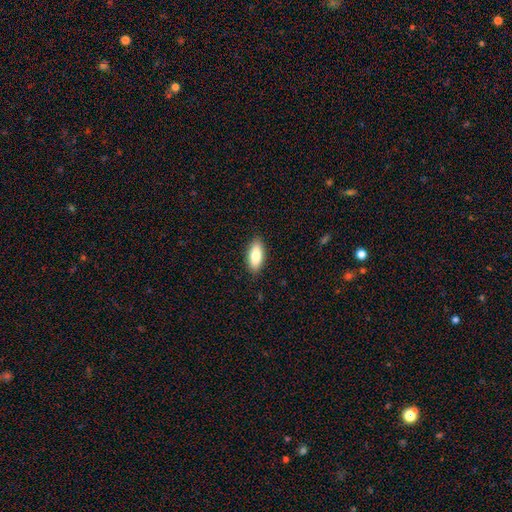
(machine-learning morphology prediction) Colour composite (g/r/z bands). It shows a smooth galaxy with no disk features (84%) that is in between round and cigar-shaped (83%). Merging: none (88%).